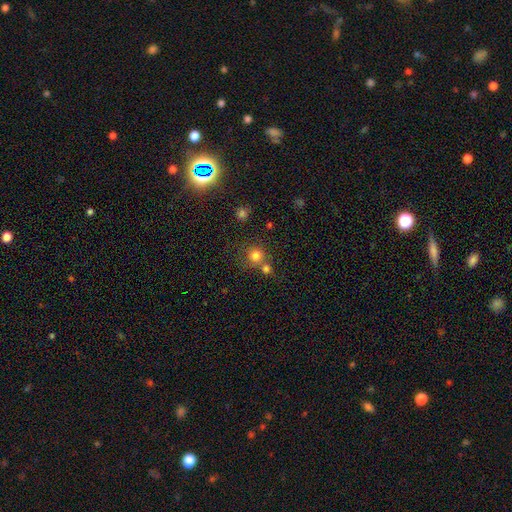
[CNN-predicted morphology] A smooth galaxy with no disk features (77%) that is round (91%). Merging: none (59%).